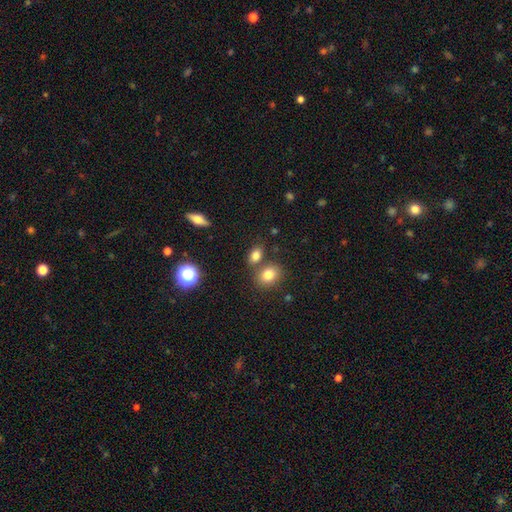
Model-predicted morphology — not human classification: smooth 79%, star or artifact 13%, featured or disk 8%. Down the decision tree: how rounded — in between (76%); merging — none (63%).